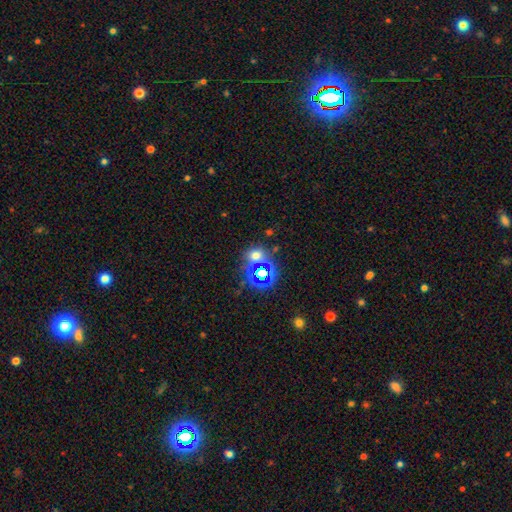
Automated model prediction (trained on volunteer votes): smooth_or_featured: smooth (p=0.53) [alt: star or artifact p=0.37]
how_rounded: round (p=0.70) [alt: in between p=0.28]
merging: none (p=0.63) [alt: merger p=0.20]